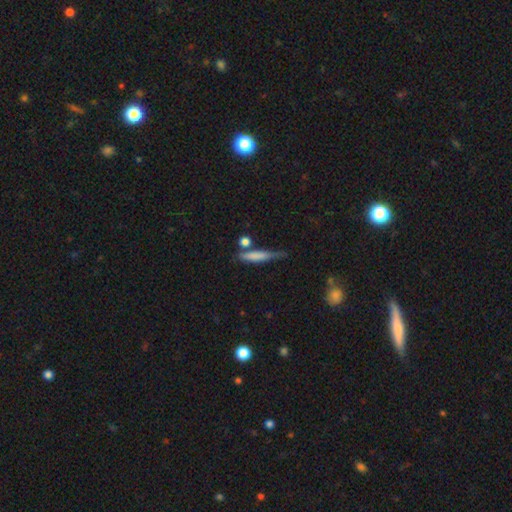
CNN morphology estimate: smooth-or-featured: smooth: 67% | featured or disk: 25% | star or artifact: 7%
  how-rounded: cigar-shaped: 83% | in between: 13% | round: 4%
  merging: none: 56% | minor disturbance: 23% | merger: 13% | major disturbance: 8%